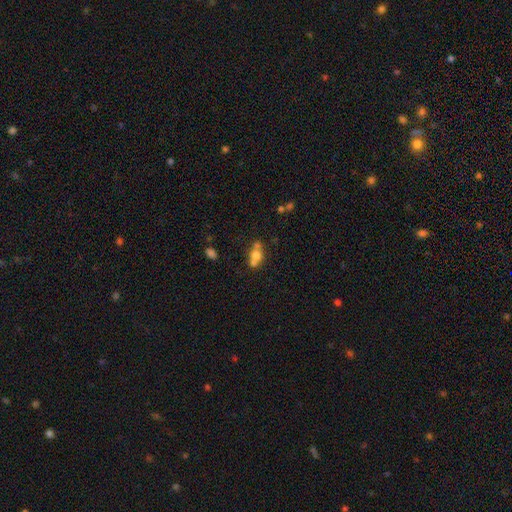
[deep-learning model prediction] The model was most divided on "merging": merger: 47%, none: 38%, minor disturbance: 10%, major disturbance: 5%. More confident: smooth or featured — smooth (62%); how rounded — round (53%).